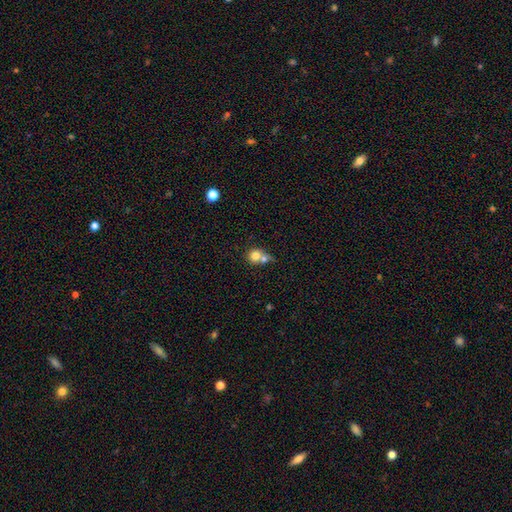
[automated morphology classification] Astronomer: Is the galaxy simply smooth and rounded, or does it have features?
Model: smooth — 77%.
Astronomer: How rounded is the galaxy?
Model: round — 80%.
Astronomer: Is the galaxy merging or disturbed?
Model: merger — 57%.